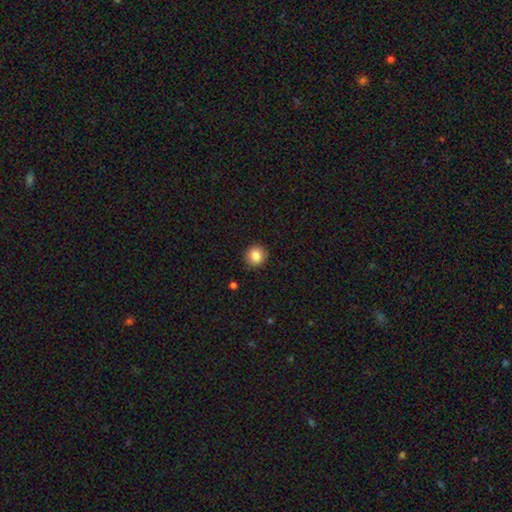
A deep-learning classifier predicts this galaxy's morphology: Smooth or featured? Predicted: smooth (p=0.85). How rounded? Predicted: round (p=0.89). Merging? Predicted: none (p=0.90).